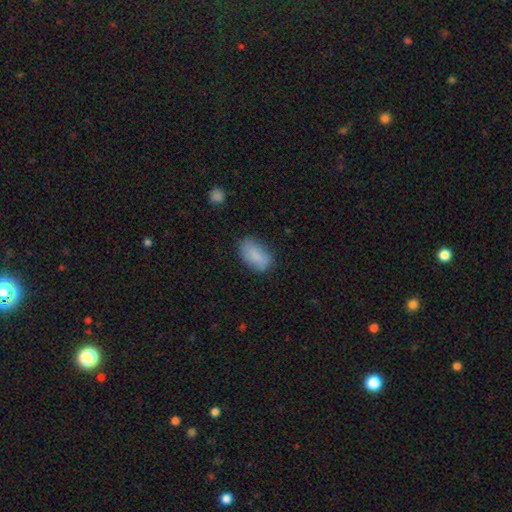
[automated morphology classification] This is clearly a smooth galaxy (84%). How rounded: clearly in between (92%). Merging: likely none (73%).